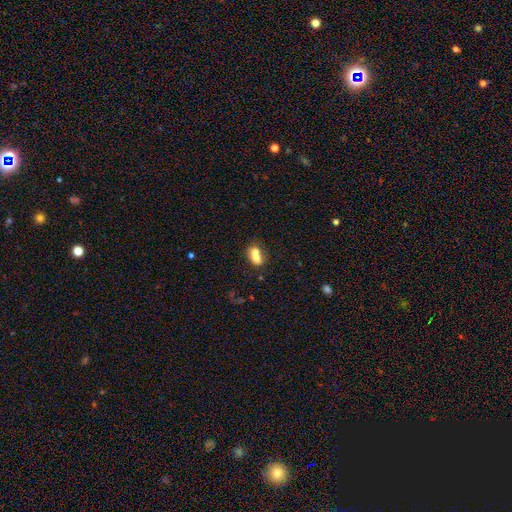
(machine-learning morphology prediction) Q: Smooth or featured?
A: smooth (70%); runner-up: featured or disk (21%)
Q: How rounded?
A: in between (72%); runner-up: round (24%)
Q: Merging?
A: merger (59%); runner-up: none (27%)